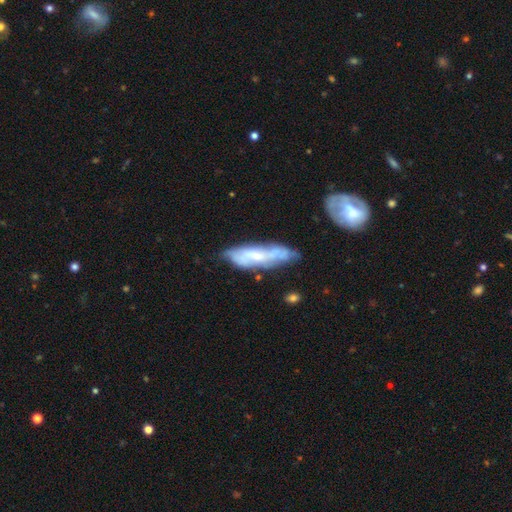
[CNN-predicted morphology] This appears to be a featured or disk galaxy (55%). Merging: none (55%).